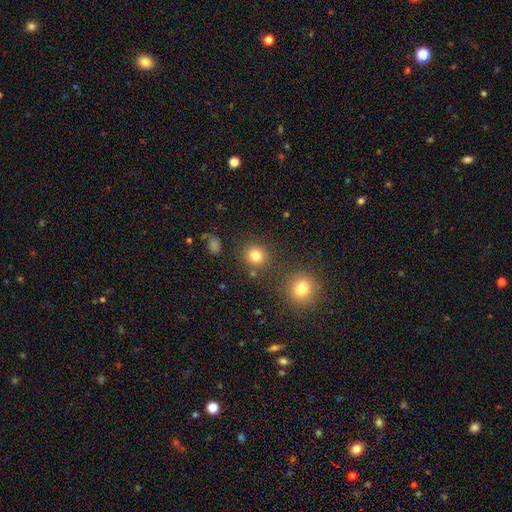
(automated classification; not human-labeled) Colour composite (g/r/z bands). It shows a smooth galaxy with no disk features (80%) that is round (88%). Merging: none (83%).